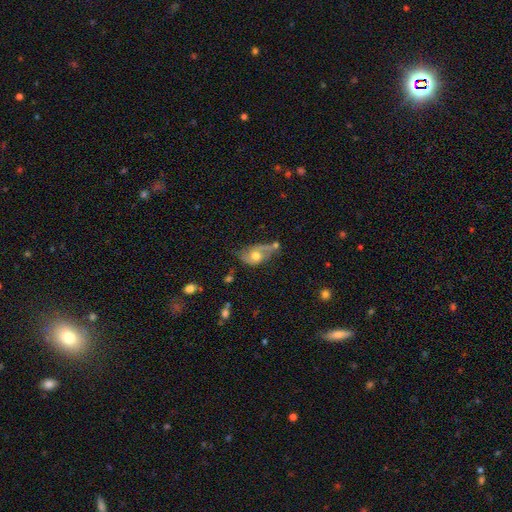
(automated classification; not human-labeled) smooth-or-featured: featured or disk: 50% | smooth: 41% | star or artifact: 9%
  disk-edge-on: no: 91% | yes: 9%
  merging: none: 34% | minor disturbance: 28% | major disturbance: 19% | merger: 19%